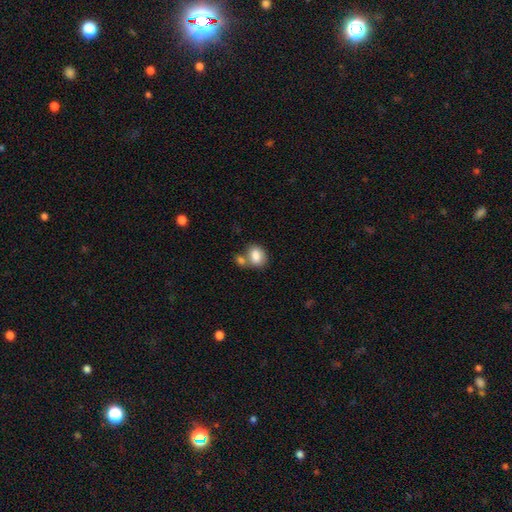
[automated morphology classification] Smooth or featured? smooth (83%)
How rounded? in between (66%)
Merging? none (44%)